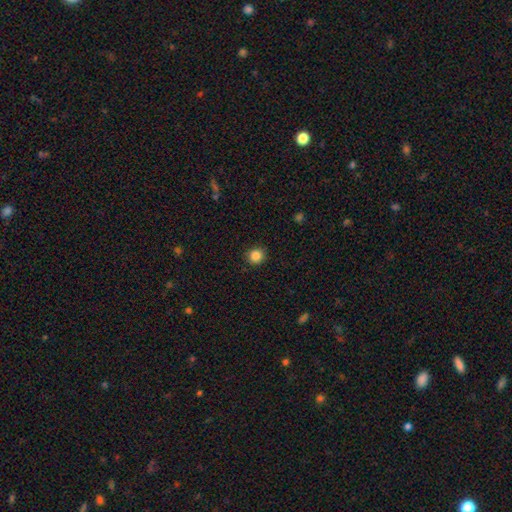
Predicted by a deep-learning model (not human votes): A smooth galaxy with no disk features (86%) that is round (92%).

Vote fractions:
- Smooth or featured? smooth: 86% / star or artifact: 11% / featured or disk: 3%
- How rounded? round: 92% / in between: 7% / cigar-shaped: 1%
- Merging? none: 90% / minor disturbance: 7% / major disturbance: 2% / merger: 1%